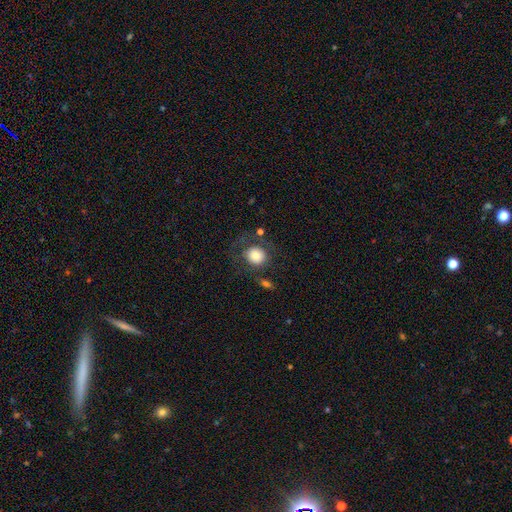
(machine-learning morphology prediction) This is likely a smooth galaxy (78%). How rounded: clearly round (81%). Merging: likely none (61%).